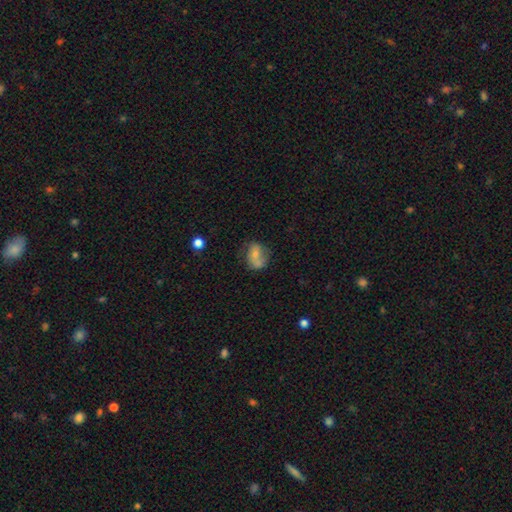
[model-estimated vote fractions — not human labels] Morphology: type=smooth (59%); roundness=in between (62%); merging=none (46%).